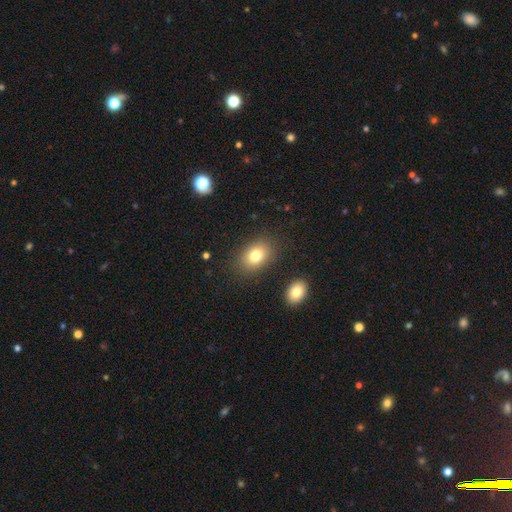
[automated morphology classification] type=smooth (79%); roundness=in between (75%); merging=none (84%).